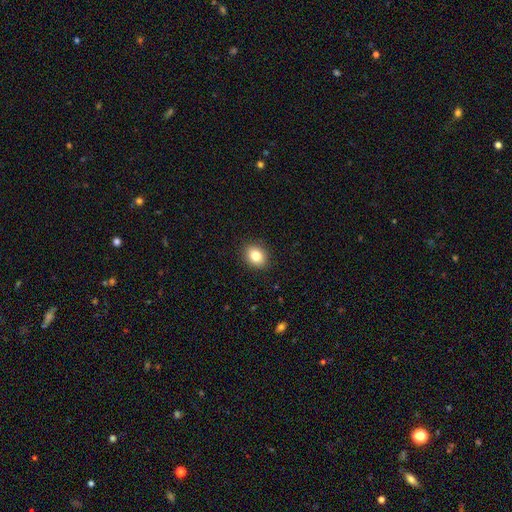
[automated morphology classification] Overall: smooth (83%). How rounded: in between (53%; round 46%). Merging: none (90%).